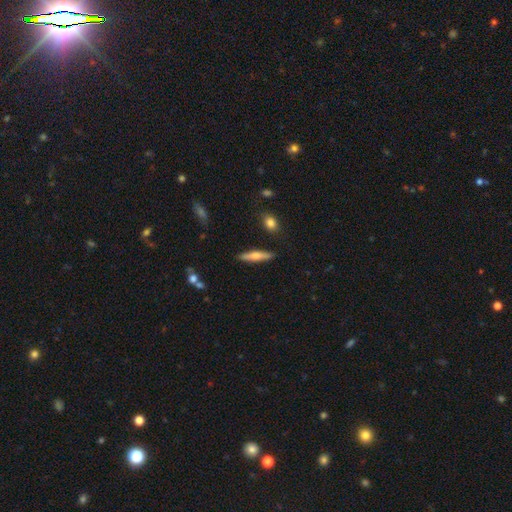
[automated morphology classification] A smooth galaxy with no disk features (56%) that is cigar-shaped (85%). Merging: none (88%).